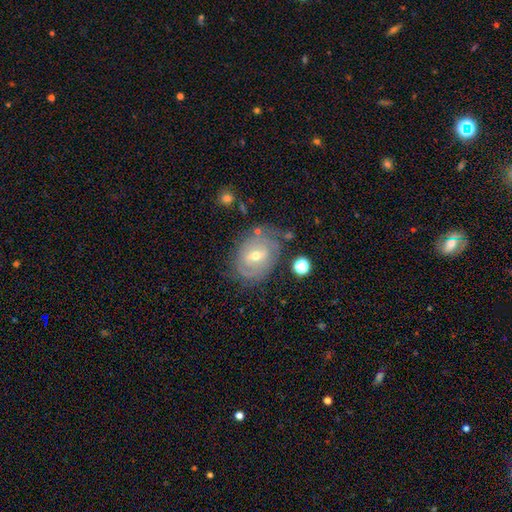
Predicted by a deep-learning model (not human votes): Morphology: type=featured or disk (79%); edge-on=no (96%); bar=weak (51%); spiral arms=yes (87%); winding=tight (65%); arm count=2 (44%); bulge=moderate (56%); merging=none (66%).